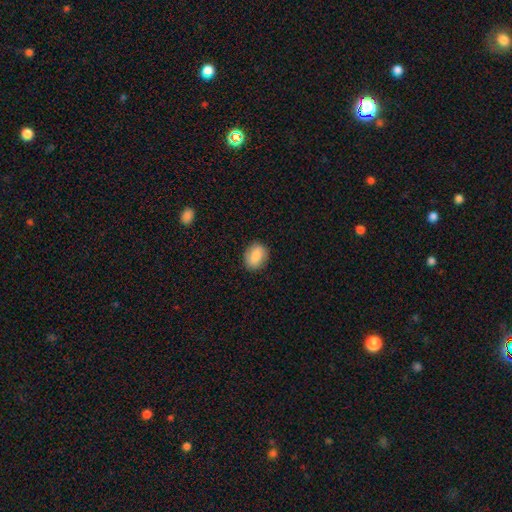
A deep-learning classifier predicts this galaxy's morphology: This is clearly a smooth galaxy (85%). How rounded: possibly in between (57%). Merging: clearly none (86%).